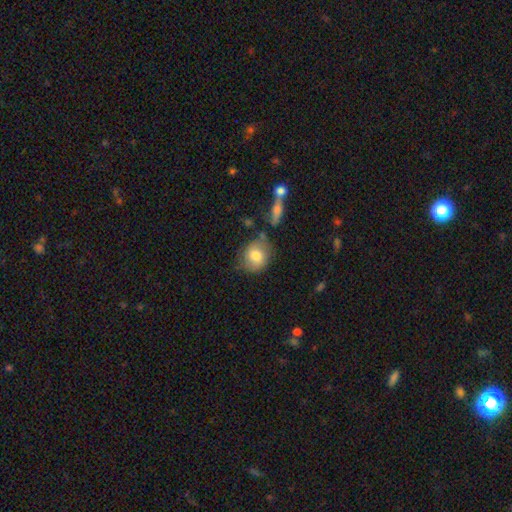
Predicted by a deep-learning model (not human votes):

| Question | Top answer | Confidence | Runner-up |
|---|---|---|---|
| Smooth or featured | smooth | 77% | featured or disk (15%) |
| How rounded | round | 74% | in between (25%) |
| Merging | none | 66% | minor disturbance (19%) |